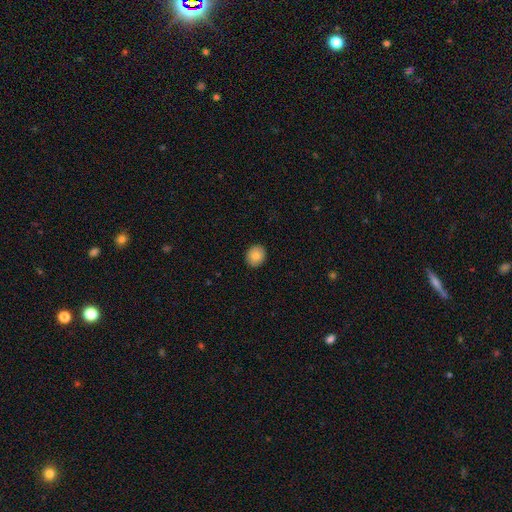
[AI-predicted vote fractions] A smooth galaxy with no disk features (84%) that is round (76%).

Vote fractions:
- Smooth or featured? smooth: 84% / star or artifact: 8% / featured or disk: 8%
- How rounded? round: 76% / in between: 24% / cigar-shaped: 1%
- Merging? none: 91% / minor disturbance: 6% / major disturbance: 2% / merger: 1%